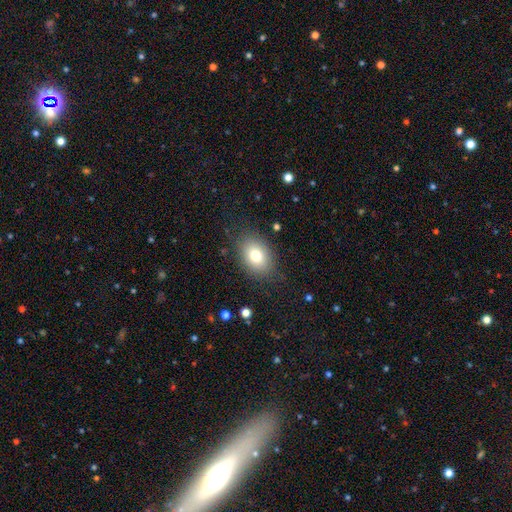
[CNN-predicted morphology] This appears to be a smooth galaxy with no disk features (78%) that is in between round and cigar-shaped (75%). Merging: none (81%).